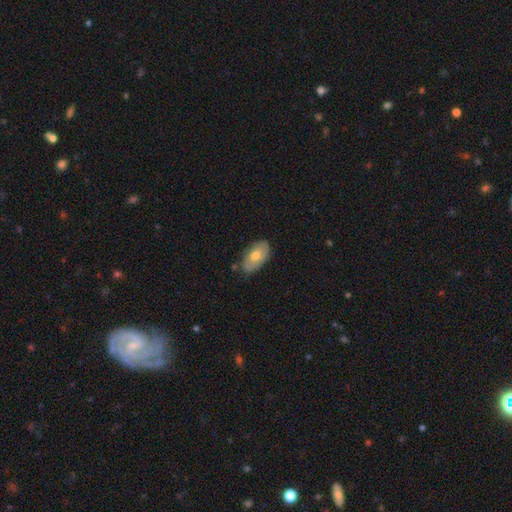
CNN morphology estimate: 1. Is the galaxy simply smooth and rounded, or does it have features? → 63% smooth, 31% featured or disk, 6% star or artifact.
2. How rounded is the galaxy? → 93% in between, 5% round, 2% cigar-shaped.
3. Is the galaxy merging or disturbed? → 73% none, 21% minor disturbance, 3% major disturbance, 3% merger.